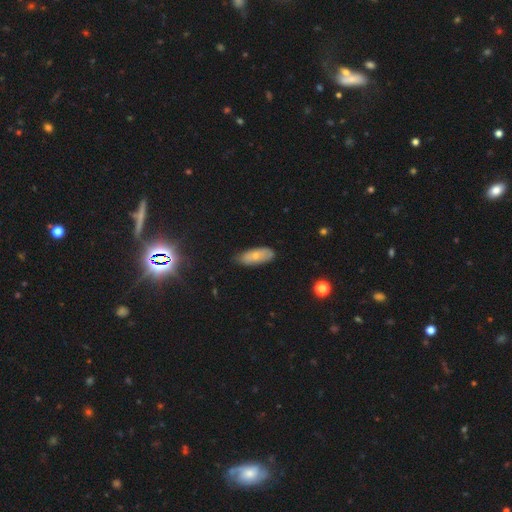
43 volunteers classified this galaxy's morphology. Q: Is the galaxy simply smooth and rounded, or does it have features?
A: smooth — 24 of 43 (56%).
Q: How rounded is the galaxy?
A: in between — 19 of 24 (79%).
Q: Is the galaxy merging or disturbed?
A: none — 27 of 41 (66%).